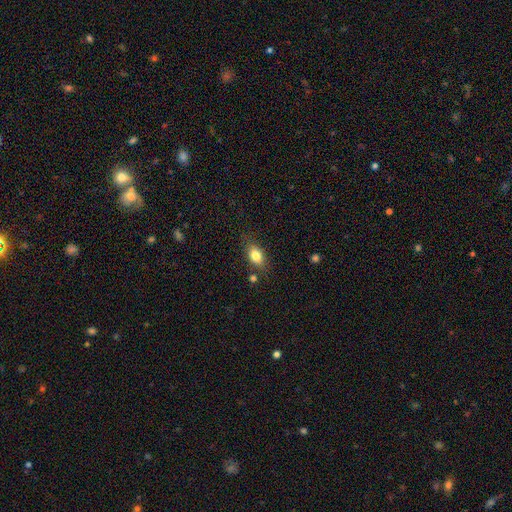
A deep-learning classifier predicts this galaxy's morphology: type=smooth (82%); roundness=in between (83%); merging=none (76%).